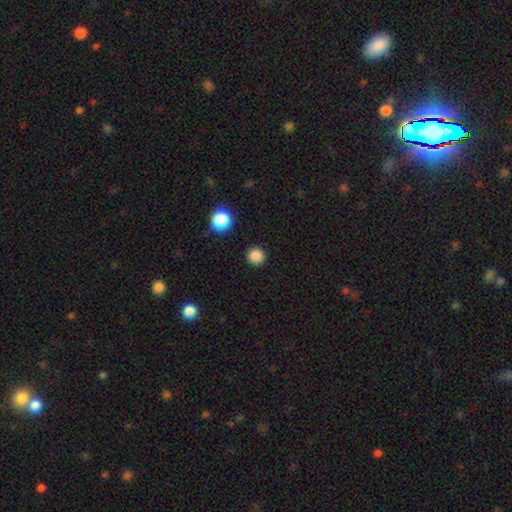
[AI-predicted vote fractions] A smooth galaxy with no disk features (85%) that is round (96%).

Vote fractions:
- Smooth or featured? smooth: 85% / star or artifact: 12% / featured or disk: 3%
- How rounded? round: 96% / in between: 3% / cigar-shaped: 1%
- Merging? none: 91% / minor disturbance: 5% / major disturbance: 2% / merger: 2%